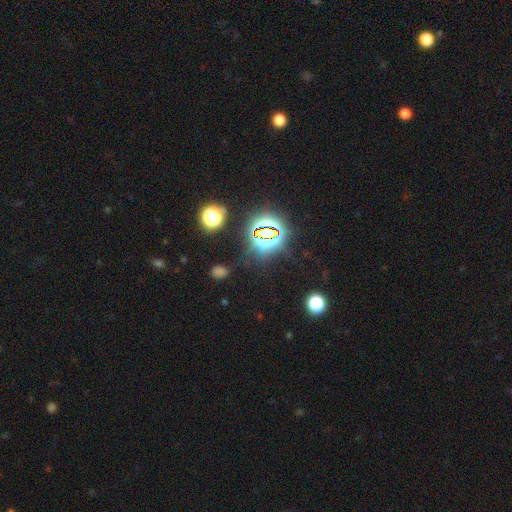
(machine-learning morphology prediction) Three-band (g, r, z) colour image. It shows a star or artifact, not a galaxy (77%).